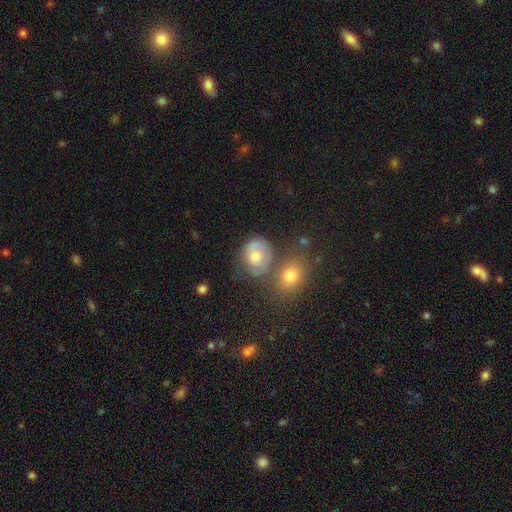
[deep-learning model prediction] The model was most divided on "smooth or featured": smooth: 55%, featured or disk: 35%, star or artifact: 10%. More confident: how rounded — round (65%); merging — none (51%).